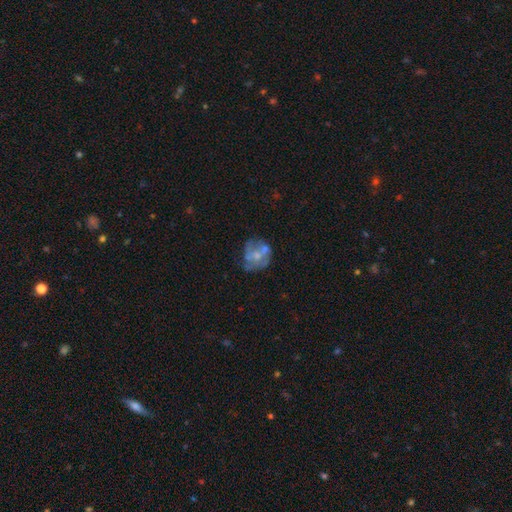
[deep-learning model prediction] Morphology: type=featured or disk (60%); edge-on=no (98%); bar=no (86%); spiral arms=no (77%); bulge=moderate (42%); merging=none (44%).